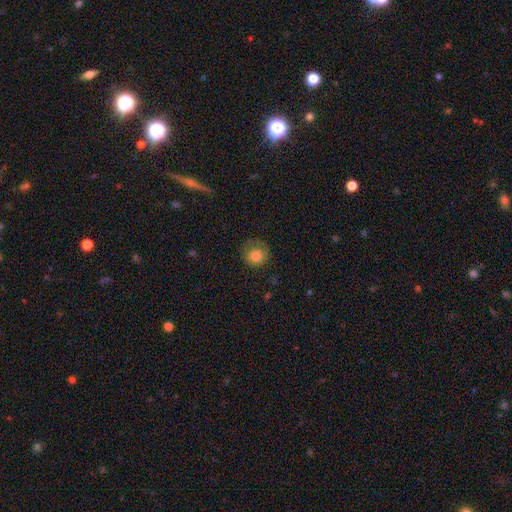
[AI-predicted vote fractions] Overall: smooth (79%). How rounded: round (88%). Merging: none (65%).